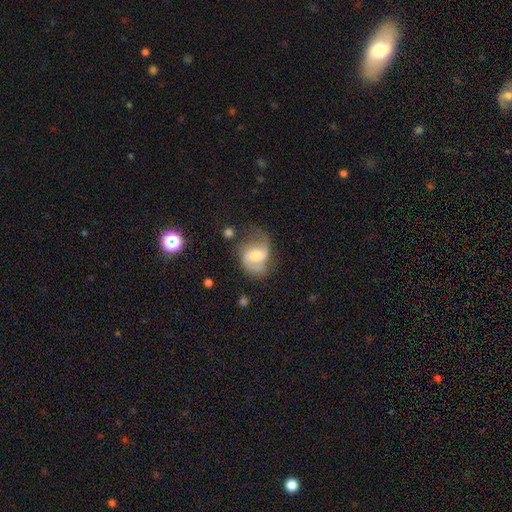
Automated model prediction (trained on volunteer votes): smooth-or-featured: featured or disk: 73% | smooth: 20% | star or artifact: 7%
  disk-edge-on: no: 97% | yes: 3%
    bar: weak: 46% | no: 36% | strong: 18%
    has-spiral-arms: yes: 90% | no: 10%
      spiral-winding: medium: 47% | loose: 39% | tight: 14%
      spiral-arm-count: 2: 82% | can't tell: 7% | 1: 6% | 3: 3% | 4: 1% | more than 4: 1%
    bulge-size: moderate: 52% | small: 35% | large: 8% | none: 4% | dominant: 1%
  merging: none: 50% | minor disturbance: 26% | major disturbance: 20% | merger: 4%